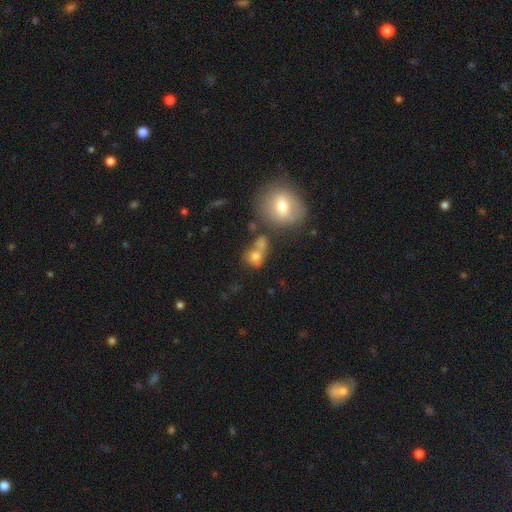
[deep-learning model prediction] Smooth or featured?
  - smooth: 68% *
  - featured or disk: 17%
  - star or artifact: 15%
How rounded?
  - round: 60% *
  - in between: 38%
  - cigar-shaped: 2%
Merging?
  - merger: 41% *
  - none: 39%
  - minor disturbance: 12%
  - major disturbance: 8%